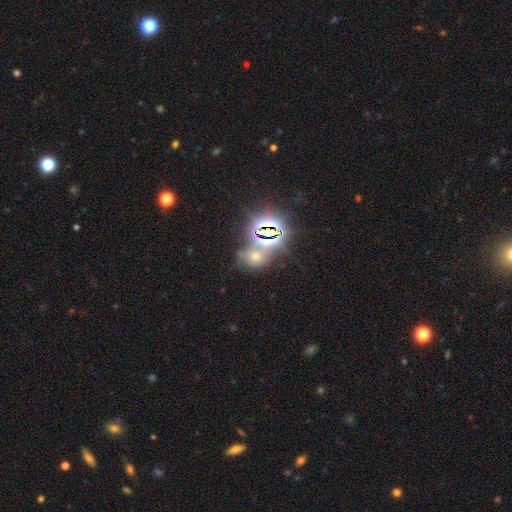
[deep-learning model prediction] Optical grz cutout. It shows a star or artifact, not a galaxy (65%).